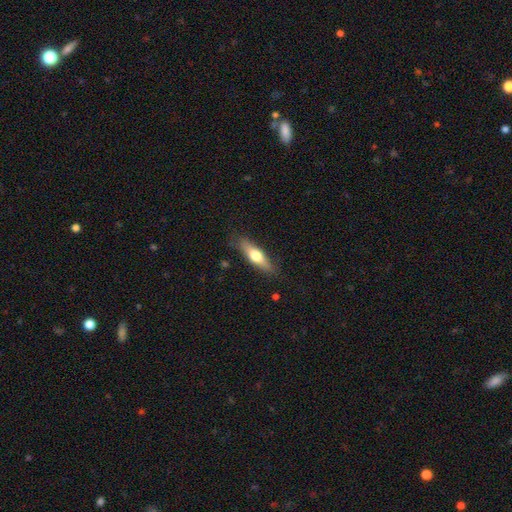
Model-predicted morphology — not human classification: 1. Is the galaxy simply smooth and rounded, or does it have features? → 57% smooth, 38% featured or disk, 6% star or artifact.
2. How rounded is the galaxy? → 59% cigar-shaped, 38% in between, 3% round.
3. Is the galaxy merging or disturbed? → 83% none, 13% minor disturbance, 3% major disturbance, 1% merger.